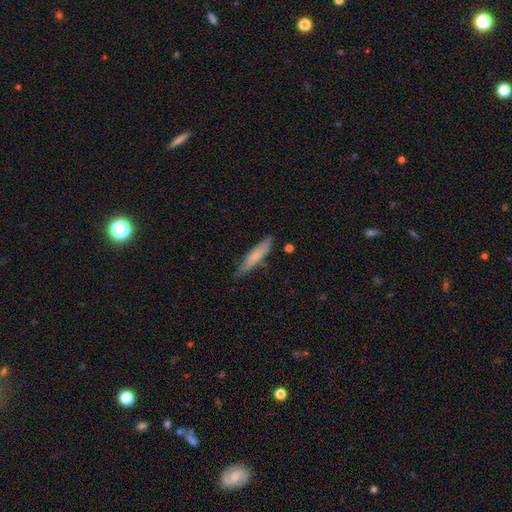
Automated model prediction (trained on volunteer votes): This is likely a smooth galaxy (68%). How rounded: clearly cigar-shaped (83%). Merging: likely none (76%).